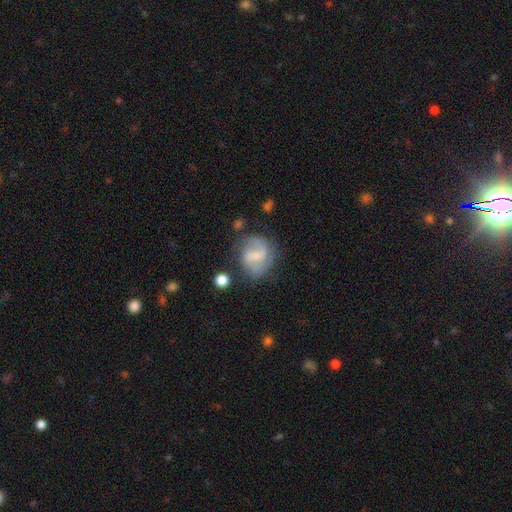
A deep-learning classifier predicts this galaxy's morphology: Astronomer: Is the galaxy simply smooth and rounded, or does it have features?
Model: featured or disk — 72%.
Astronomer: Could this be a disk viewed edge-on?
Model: no — 98%.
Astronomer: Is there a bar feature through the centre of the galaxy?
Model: weak — 54%.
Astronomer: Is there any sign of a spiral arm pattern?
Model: yes — 92%.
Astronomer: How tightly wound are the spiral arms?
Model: medium — 51% (runner-up: loose, 28%).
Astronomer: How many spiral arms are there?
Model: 2 — 85%.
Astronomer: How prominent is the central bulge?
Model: small — 37% (runner-up: none, 34%).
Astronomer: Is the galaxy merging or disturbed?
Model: none — 68%.